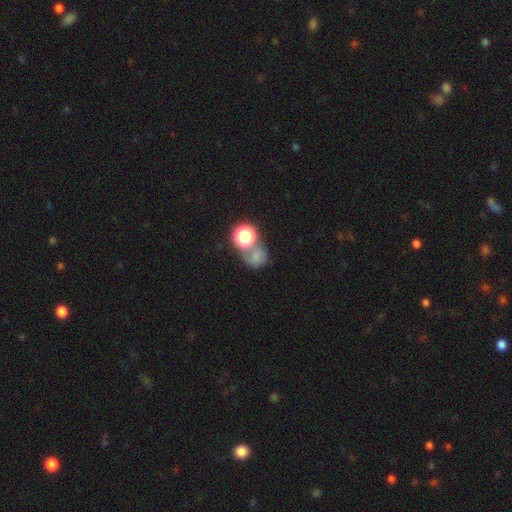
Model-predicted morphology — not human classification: Smooth or featured: smooth — 63% (star or artifact — 25%)
How rounded: round — 74% (in between — 25%)
Merging: none — 39% (merger — 35%)